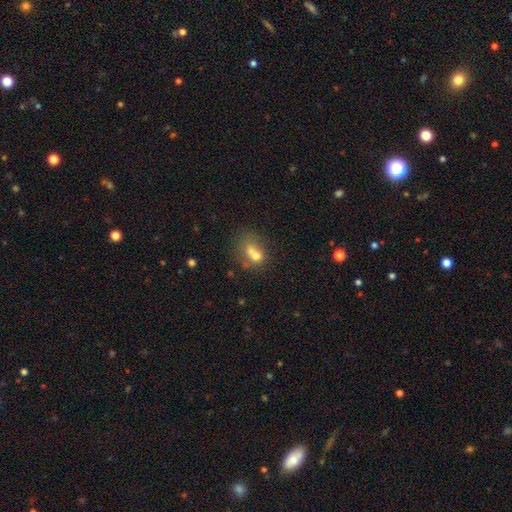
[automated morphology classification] Smooth or featured: smooth — 63% (featured or disk — 24%)
How rounded: in between — 55% (round — 43%)
Merging: merger — 54% (none — 24%)